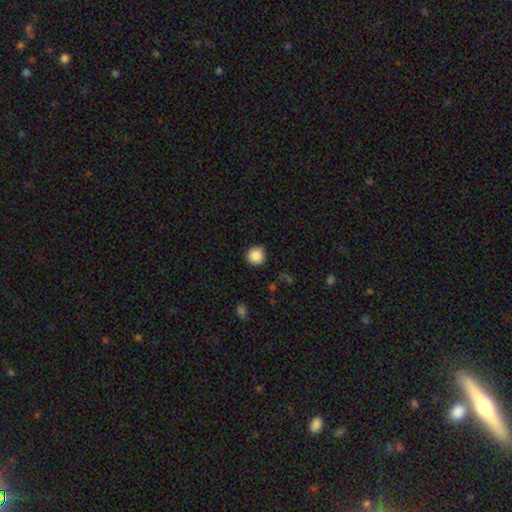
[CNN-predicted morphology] Smooth or featured? smooth (88%)
How rounded? round (93%)
Merging? none (86%)